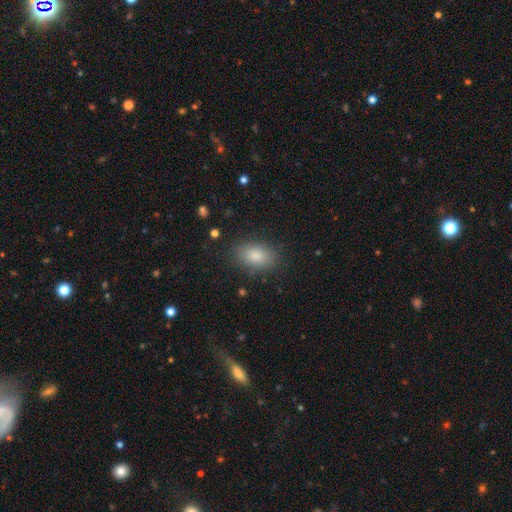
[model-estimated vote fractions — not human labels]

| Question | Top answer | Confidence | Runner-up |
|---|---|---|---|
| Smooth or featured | smooth | 85% | star or artifact (8%) |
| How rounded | in between | 88% | round (10%) |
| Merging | none | 83% | minor disturbance (11%) |